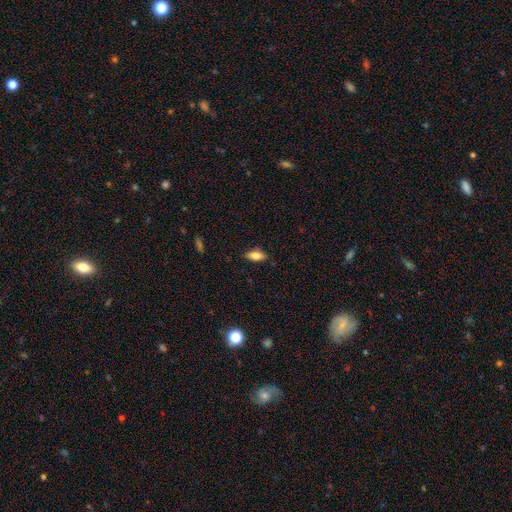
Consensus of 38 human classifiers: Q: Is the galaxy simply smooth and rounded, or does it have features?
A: smooth — 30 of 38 (79%).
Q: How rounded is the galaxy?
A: in between — 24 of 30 (80%).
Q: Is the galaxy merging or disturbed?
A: none — 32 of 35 (91%).